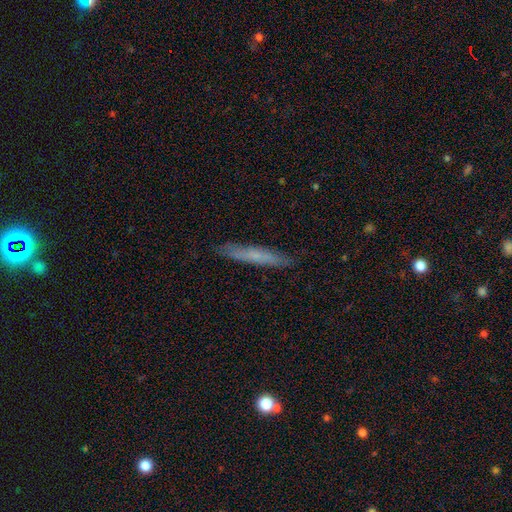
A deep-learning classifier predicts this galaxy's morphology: Q: Smooth or featured?
A: smooth (59%); runner-up: featured or disk (35%)
Q: How rounded?
A: cigar-shaped (94%); runner-up: in between (4%)
Q: Merging?
A: none (88%); runner-up: minor disturbance (10%)